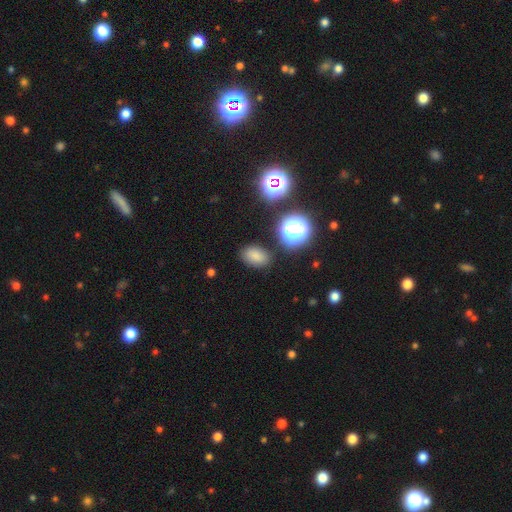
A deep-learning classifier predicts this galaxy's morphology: This appears to be a smooth galaxy with no disk features (78%) that is in between round and cigar-shaped (82%). Merging: none (81%).